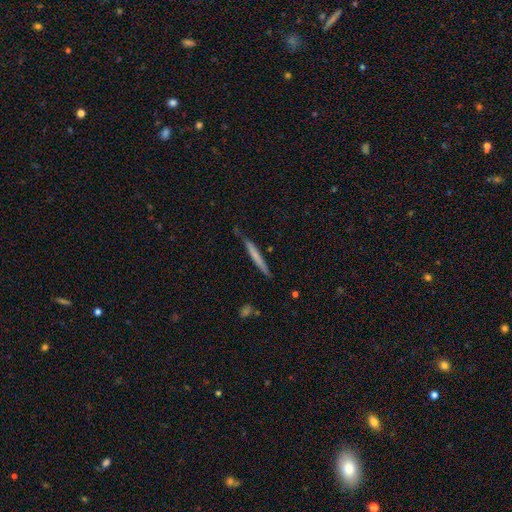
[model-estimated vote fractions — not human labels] smooth_or_featured: smooth (p=0.56) [alt: featured or disk p=0.38]
how_rounded: cigar-shaped (p=0.96) [alt: in between p=0.03]
merging: none (p=0.74) [alt: minor disturbance p=0.19]